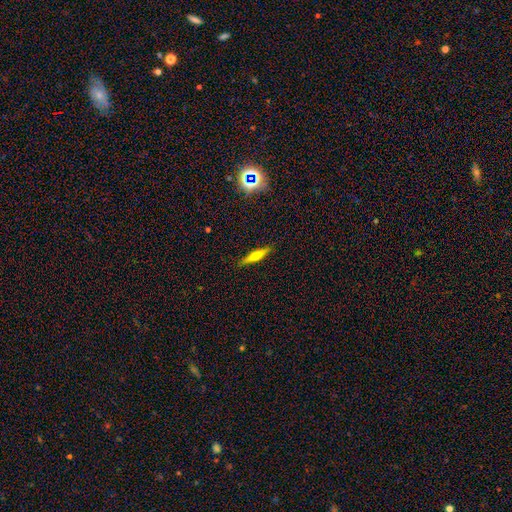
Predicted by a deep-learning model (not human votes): This appears to be a smooth galaxy with no disk features (46%). Merging: none (89%).